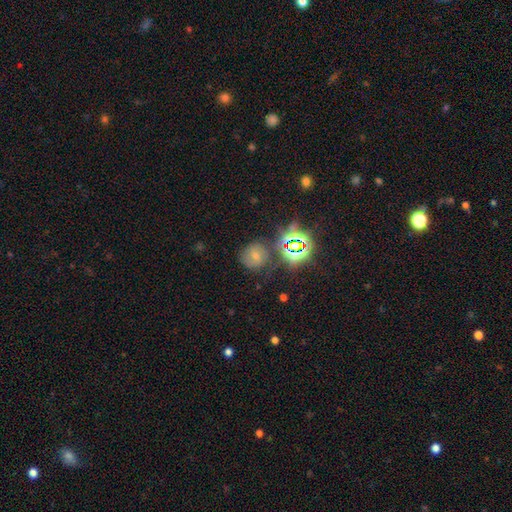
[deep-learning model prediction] Smooth or featured?
  - smooth: 51% *
  - star or artifact: 29%
  - featured or disk: 21%
How rounded?
  - round: 83% *
  - in between: 15%
  - cigar-shaped: 1%
Merging?
  - none: 71% *
  - minor disturbance: 15%
  - merger: 7%
  - major disturbance: 7%